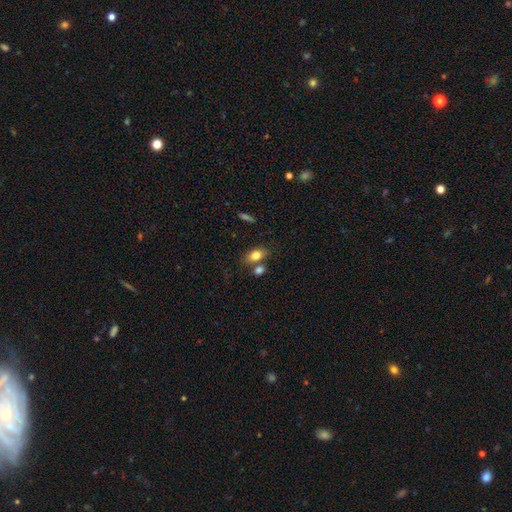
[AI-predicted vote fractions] Morphology: type=smooth (80%); roundness=in between (81%); merging=none (61%).